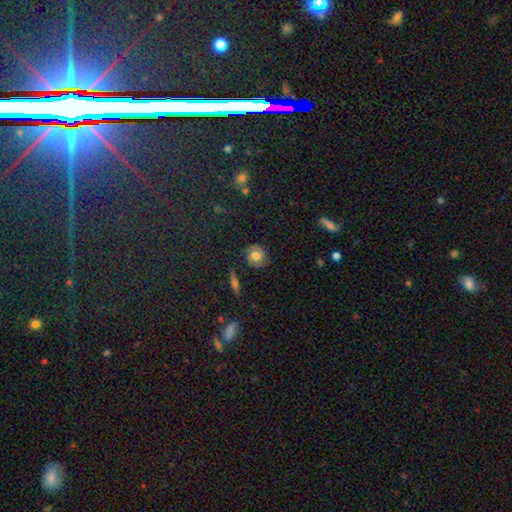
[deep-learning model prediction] A smooth galaxy with no disk features (62%) that is round (82%). Merging: none (80%).